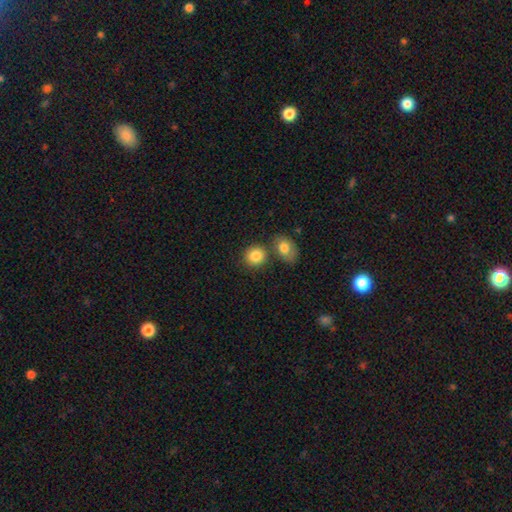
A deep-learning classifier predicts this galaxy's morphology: This appears to be a smooth galaxy with no disk features (85%) that is round (77%). Merging: none (64%).